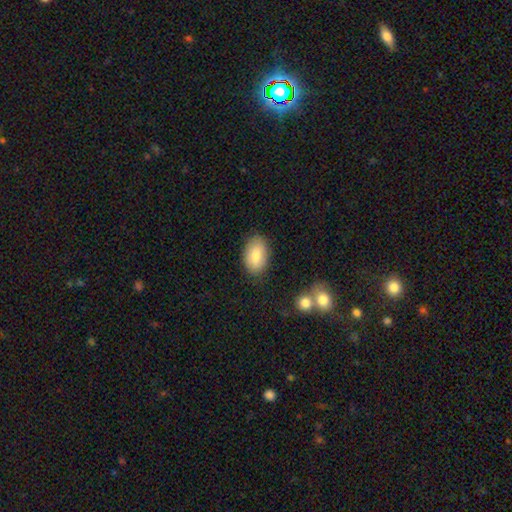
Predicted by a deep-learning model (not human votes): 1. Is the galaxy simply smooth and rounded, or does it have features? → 82% smooth, 12% featured or disk, 7% star or artifact.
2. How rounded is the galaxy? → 90% in between, 8% round, 1% cigar-shaped.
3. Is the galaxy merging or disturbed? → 83% none, 12% minor disturbance, 3% major disturbance, 2% merger.